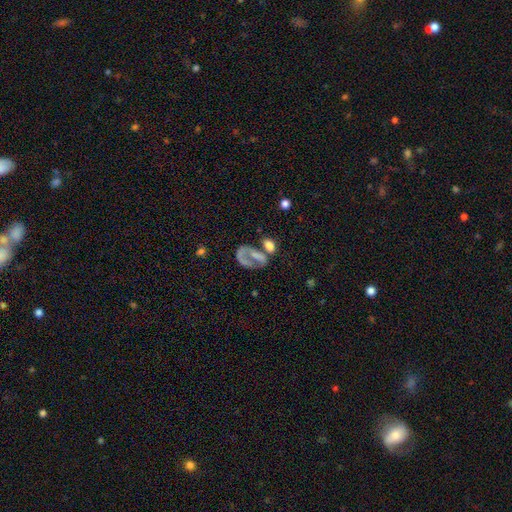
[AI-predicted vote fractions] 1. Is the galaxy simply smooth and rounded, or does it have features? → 45% smooth, 41% featured or disk, 14% star or artifact.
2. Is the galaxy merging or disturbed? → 32% major disturbance, 27% none, 27% merger, 15% minor disturbance.